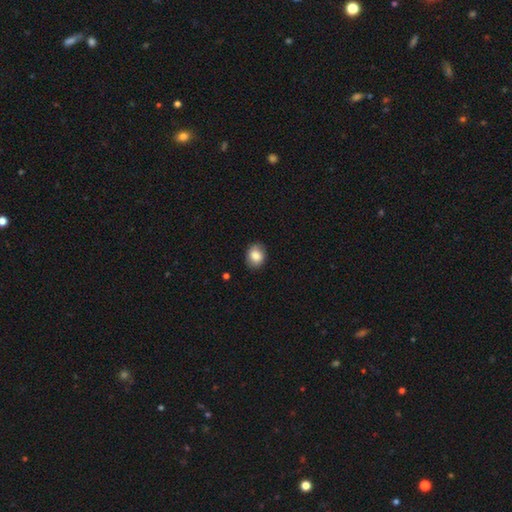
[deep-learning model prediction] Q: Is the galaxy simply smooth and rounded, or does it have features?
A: smooth — 84%.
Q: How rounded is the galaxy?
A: in between — 55%.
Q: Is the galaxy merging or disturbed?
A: none — 86%.